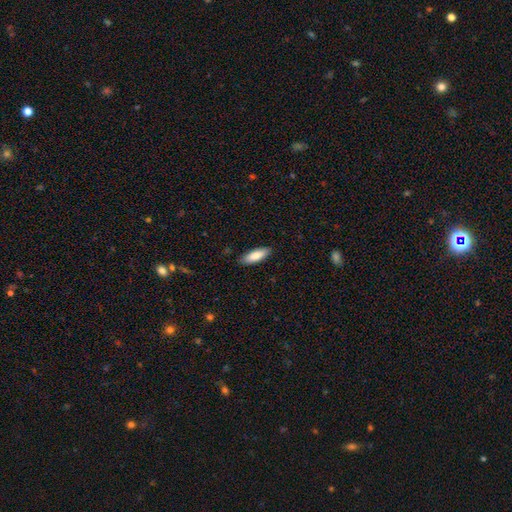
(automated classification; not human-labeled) Smooth or featured? smooth (84%)
How rounded? in between (61%)
Merging? none (88%)